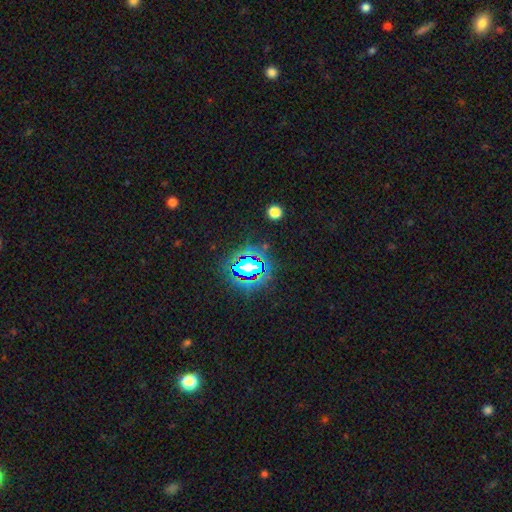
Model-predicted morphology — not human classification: Smooth or featured?
  - star or artifact: 81% *
  - smooth: 12%
  - featured or disk: 7%